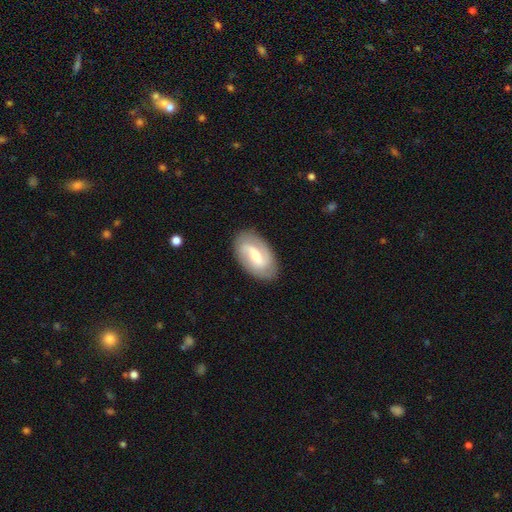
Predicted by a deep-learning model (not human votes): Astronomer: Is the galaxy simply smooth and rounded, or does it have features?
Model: featured or disk — 67%.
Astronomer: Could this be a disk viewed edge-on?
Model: no — 94%.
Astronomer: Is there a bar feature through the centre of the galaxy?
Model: weak — 51% (runner-up: strong, 28%).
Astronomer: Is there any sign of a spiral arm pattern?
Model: yes — 84%.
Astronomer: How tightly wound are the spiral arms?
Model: medium — 40% (runner-up: loose, 34%).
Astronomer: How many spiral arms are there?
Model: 2 — 81%.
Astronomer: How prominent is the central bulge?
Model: moderate — 58% (runner-up: small, 34%).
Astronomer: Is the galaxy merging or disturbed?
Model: none — 85%.